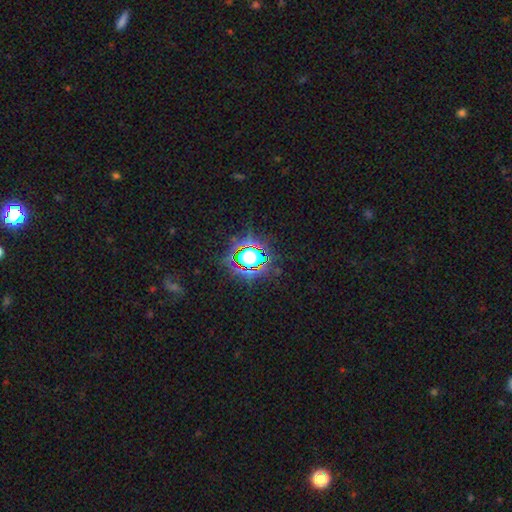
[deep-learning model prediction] The model was most divided on "smooth or featured": star or artifact: 69%, smooth: 19%, featured or disk: 11%.